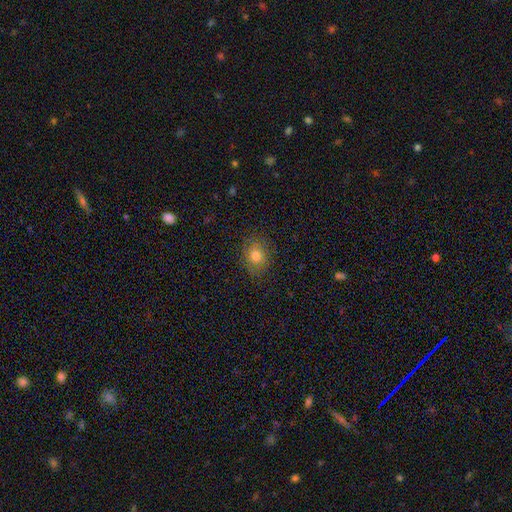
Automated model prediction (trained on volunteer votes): Q: Smooth or featured?
A: smooth (78%); runner-up: star or artifact (12%)
Q: How rounded?
A: round (60%); runner-up: in between (39%)
Q: Merging?
A: none (84%); runner-up: minor disturbance (12%)